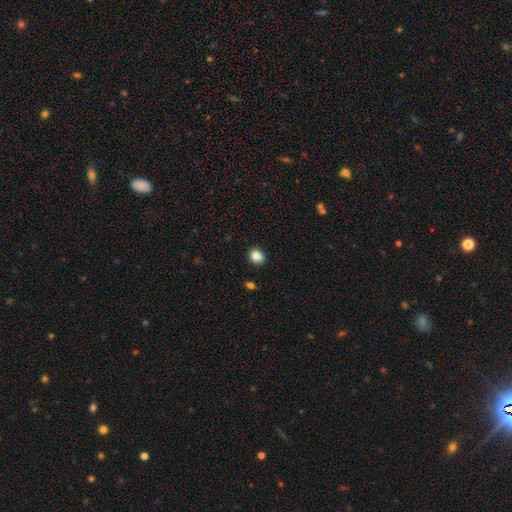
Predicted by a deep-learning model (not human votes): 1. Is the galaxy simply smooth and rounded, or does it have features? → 85% smooth, 10% star or artifact, 5% featured or disk.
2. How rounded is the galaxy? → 69% round, 30% in between, 1% cigar-shaped.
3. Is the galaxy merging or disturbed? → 87% none, 9% minor disturbance, 2% major disturbance, 2% merger.